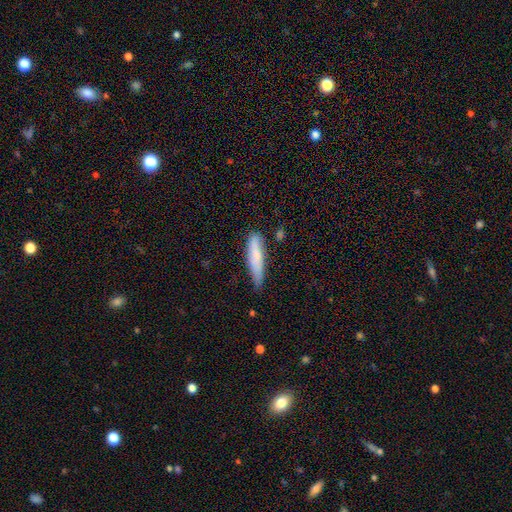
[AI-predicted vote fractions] Morphology: type=smooth (74%); roundness=cigar-shaped (79%); merging=none (59%).